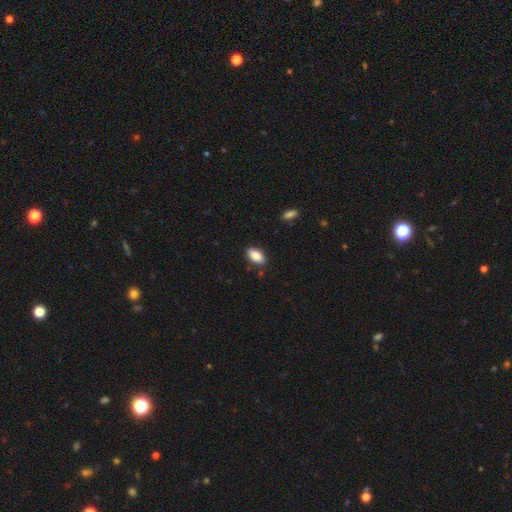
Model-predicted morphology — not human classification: smooth_or_featured: smooth (p=0.86) [alt: star or artifact p=0.07]
how_rounded: in between (p=0.92) [alt: cigar-shaped p=0.05]
merging: none (p=0.86) [alt: minor disturbance p=0.10]